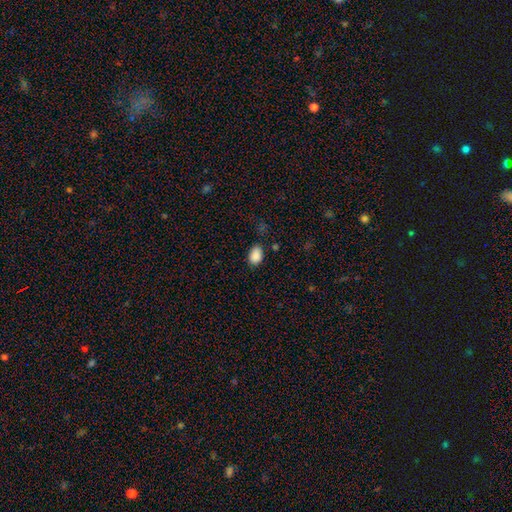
Overall: smooth (95%). How rounded: in between (89%). Merging: none (74%).